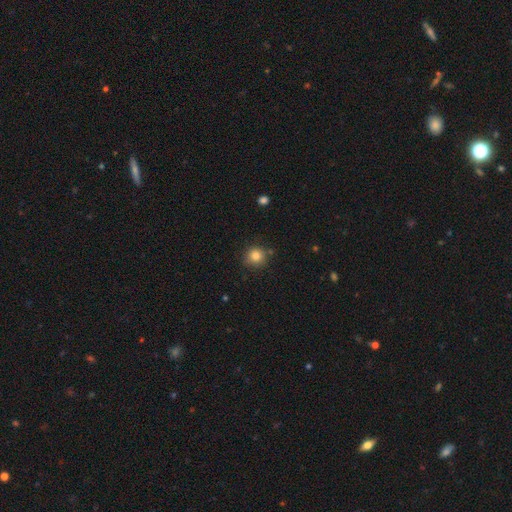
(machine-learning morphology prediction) Smooth or featured? smooth (84%)
How rounded? round (91%)
Merging? none (81%)